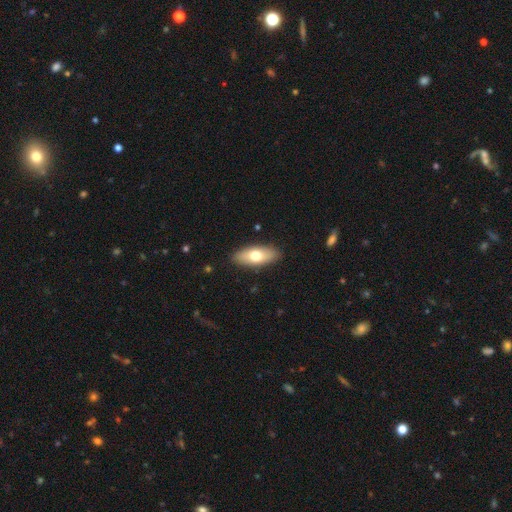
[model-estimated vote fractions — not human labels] smooth 68%, featured or disk 26%, star or artifact 6%. Down the decision tree: how rounded — in between (80%); merging — none (88%).